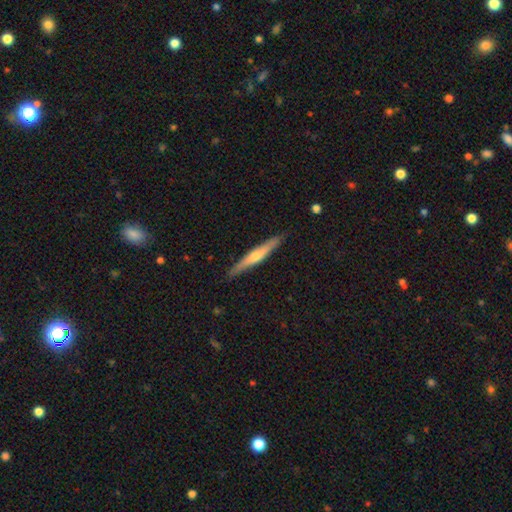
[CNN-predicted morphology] Smooth or featured: featured or disk — 54% (smooth — 40%)
Edge-on disk: yes — 95% (no — 5%)
Edge-on bulge: rounded — 74% (none — 20%)
Merging: none — 88% (minor disturbance — 9%)